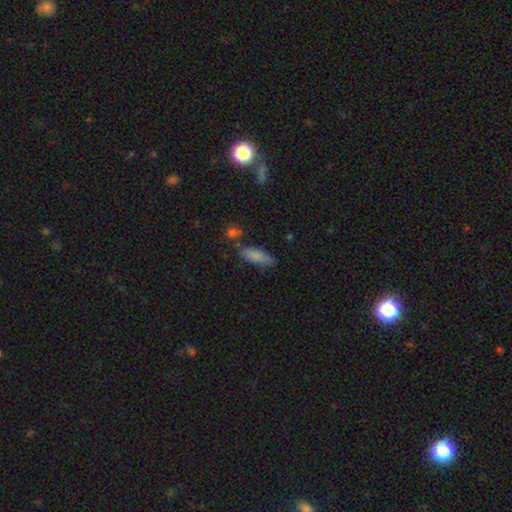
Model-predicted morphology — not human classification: This is clearly a smooth galaxy (83%). How rounded: likely in between (62%). Merging: likely none (71%).